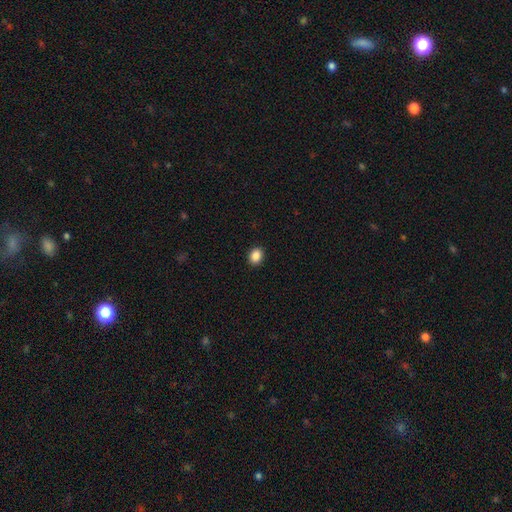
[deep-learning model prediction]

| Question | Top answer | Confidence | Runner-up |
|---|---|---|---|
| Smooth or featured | smooth | 88% | star or artifact (9%) |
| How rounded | in between | 52% | round (47%) |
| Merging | none | 91% | minor disturbance (6%) |